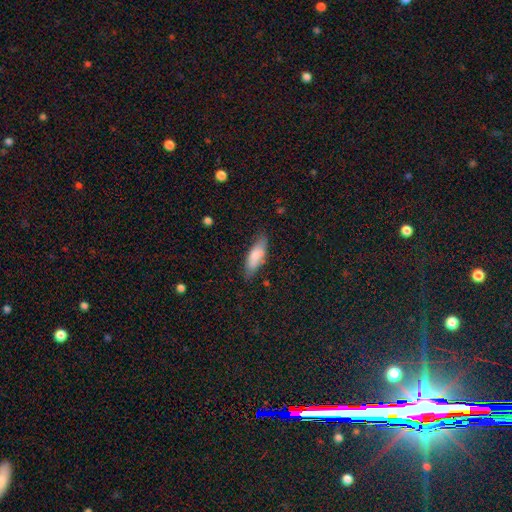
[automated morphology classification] type=smooth (78%); roundness=in between (62%); merging=none (70%).